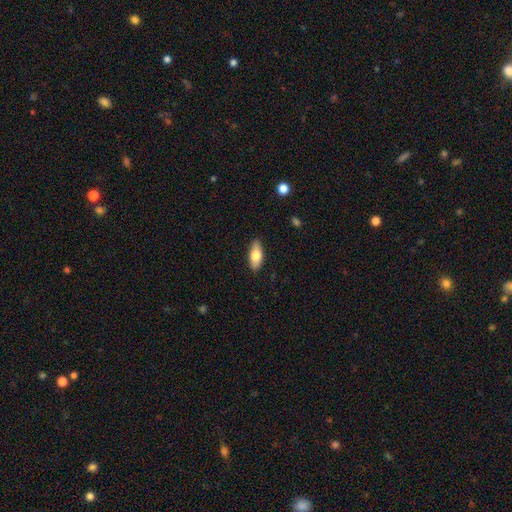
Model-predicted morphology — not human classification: The model was most divided on "smooth or featured": smooth: 73%, featured or disk: 21%, star or artifact: 6%. More confident: merging — none (88%); how rounded — in between (83%).